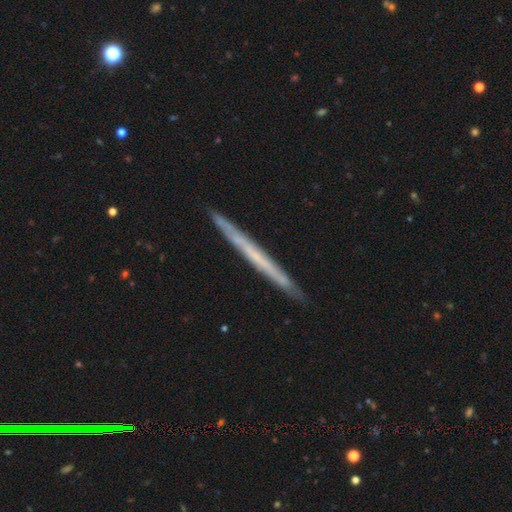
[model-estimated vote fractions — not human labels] Smooth or featured: featured or disk — 57% (smooth — 37%)
Edge-on disk: yes — 96% (no — 4%)
Edge-on bulge: none — 91% (rounded — 6%)
Merging: none — 90% (minor disturbance — 8%)